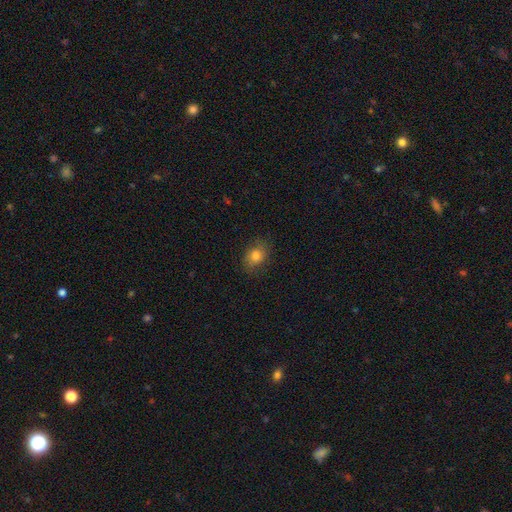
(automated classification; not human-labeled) Smooth or featured?
  - smooth: 79% *
  - star or artifact: 11%
  - featured or disk: 10%
How rounded?
  - in between: 55% *
  - round: 44%
  - cigar-shaped: 1%
Merging?
  - none: 78% *
  - minor disturbance: 16%
  - major disturbance: 5%
  - merger: 1%